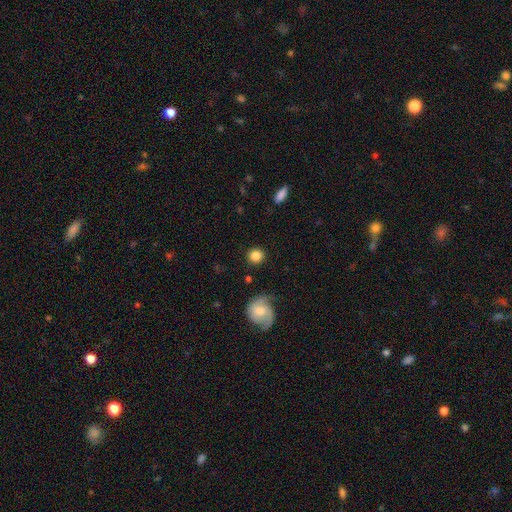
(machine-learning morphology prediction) Smooth or featured?
  - smooth: 84% *
  - featured or disk: 8%
  - star or artifact: 8%
How rounded?
  - round: 91% *
  - in between: 8%
  - cigar-shaped: 1%
Merging?
  - none: 87% *
  - minor disturbance: 8%
  - major disturbance: 3%
  - merger: 2%